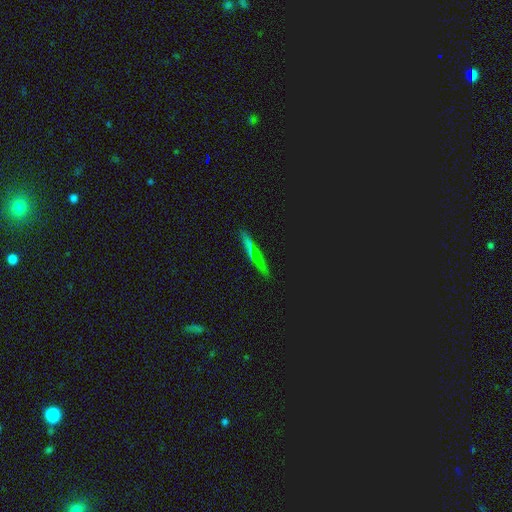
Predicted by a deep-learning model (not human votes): Smooth or featured? smooth (48%)
Merging? none (87%)